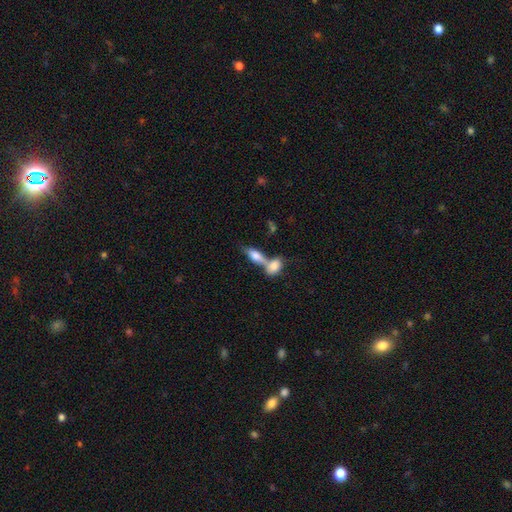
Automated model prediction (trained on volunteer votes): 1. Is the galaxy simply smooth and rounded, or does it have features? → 68% smooth, 25% featured or disk, 7% star or artifact.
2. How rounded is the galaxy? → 72% in between, 22% cigar-shaped, 6% round.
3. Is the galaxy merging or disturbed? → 63% merger, 26% none, 7% minor disturbance, 4% major disturbance.